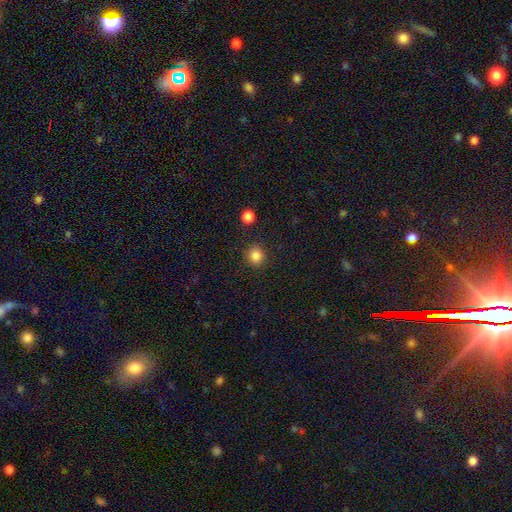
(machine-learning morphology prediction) smooth_or_featured: smooth (p=0.85) [alt: star or artifact p=0.11]
how_rounded: round (p=0.91) [alt: in between p=0.08]
merging: none (p=0.89) [alt: minor disturbance p=0.07]